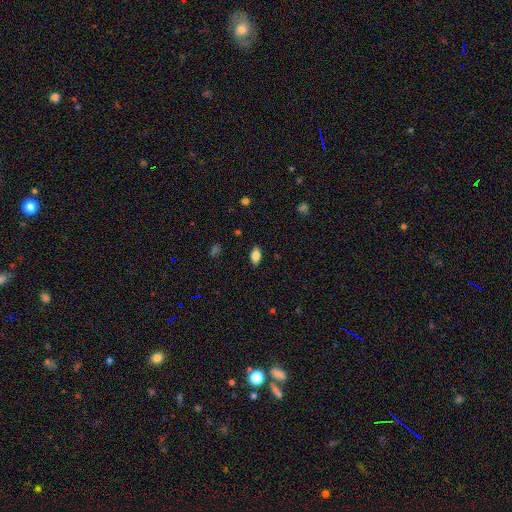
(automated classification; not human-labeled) Smooth or featured: smooth — 82% (featured or disk — 10%)
How rounded: in between — 90% (cigar-shaped — 5%)
Merging: none — 86% (minor disturbance — 10%)